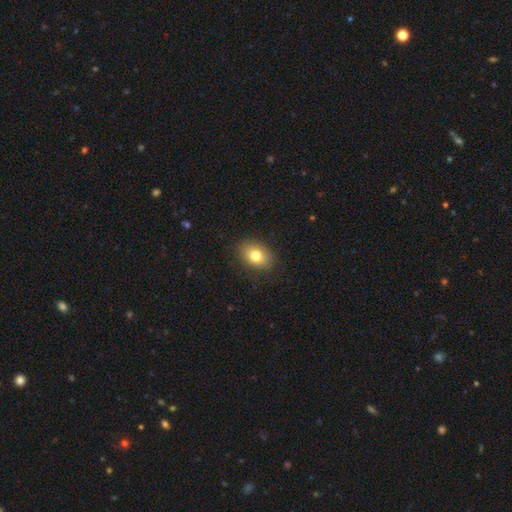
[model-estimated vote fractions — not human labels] Smooth or featured? Predicted: smooth (p=0.79). How rounded? Predicted: in between (p=0.71). Merging? Predicted: none (p=0.85).